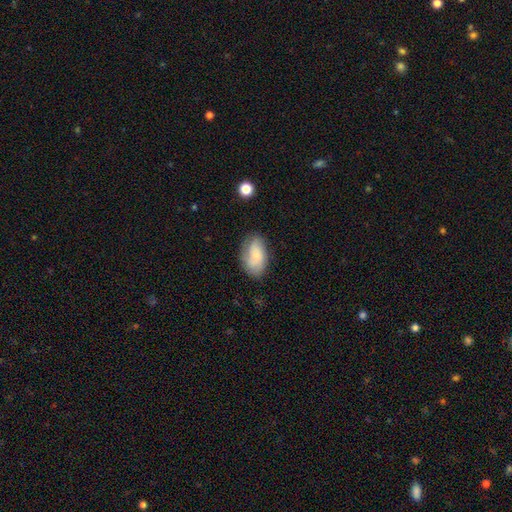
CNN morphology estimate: Smooth or featured? Predicted: smooth (p=0.60). How rounded? Predicted: in between (p=0.90). Merging? Predicted: none (p=0.72).